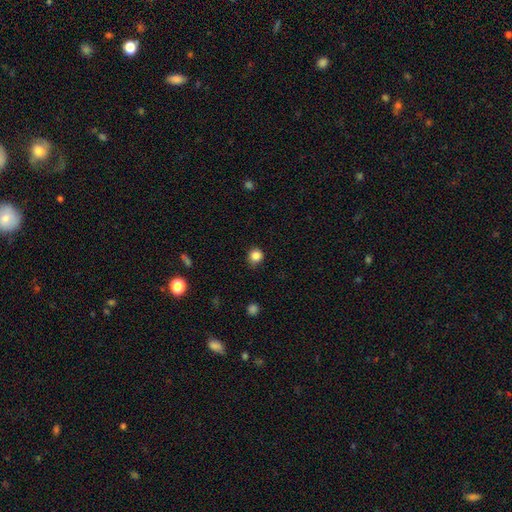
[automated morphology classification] Smooth or featured: smooth — 84% (star or artifact — 11%)
How rounded: round — 90% (in between — 9%)
Merging: none — 82% (minor disturbance — 14%)